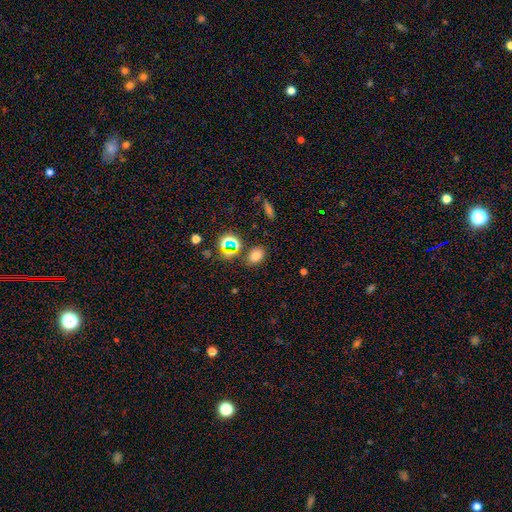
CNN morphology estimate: smooth_or_featured: smooth (p=0.72) [alt: star or artifact p=0.21]
how_rounded: in between (p=0.70) [alt: round p=0.28]
merging: none (p=0.78) [alt: minor disturbance p=0.12]